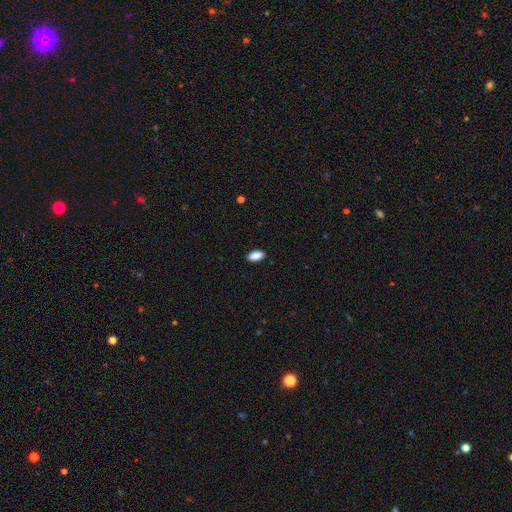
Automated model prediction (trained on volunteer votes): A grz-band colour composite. It shows a smooth galaxy with no disk features (89%) that is in between round and cigar-shaped (89%). Merging: none (90%).